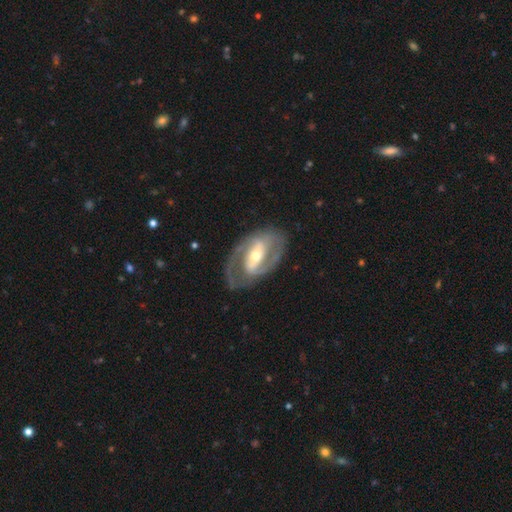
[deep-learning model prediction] This appears to be a featured or disk galaxy (87%) with a strong bar (51%), 2 (86%) medium (48%) spiral arms (89%) and a moderate central bulge (58%). Merging: none (79%).